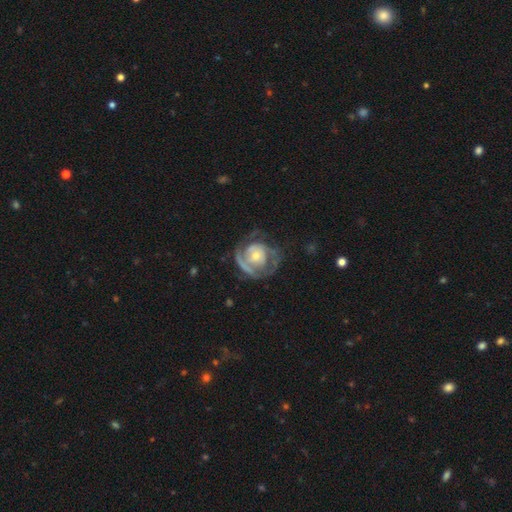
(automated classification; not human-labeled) featured or disk 78%, smooth 17%, star or artifact 5%. Down the decision tree: edge-on disk — no (97%); bar — no (77%); spiral arms — yes (81%); spiral arm count — 2 (39%); spiral winding — tight (53%); bulge size — small (49%); merging — none (52%).